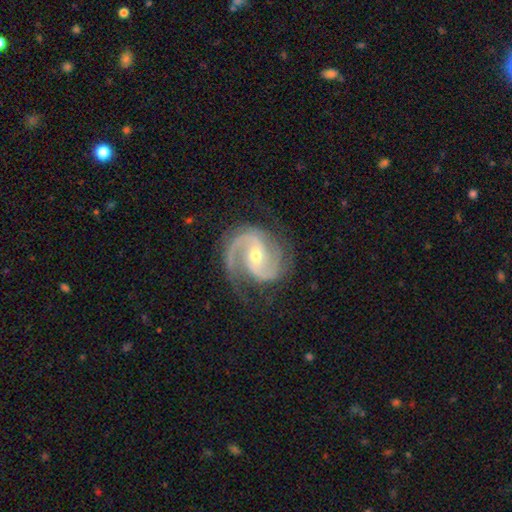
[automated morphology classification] Q: Smooth or featured?
A: featured or disk (93%); runner-up: star or artifact (4%)
Q: Edge-on disk?
A: no (98%); runner-up: yes (2%)
Q: Bar?
A: weak (41%); runner-up: no (36%)
Q: Spiral arms?
A: yes (98%); runner-up: no (2%)
Q: Spiral winding?
A: medium (56%); runner-up: tight (31%)
Q: Spiral arm count?
A: 2 (81%); runner-up: 3 (8%)
Q: Bulge size?
A: small (51%); runner-up: moderate (47%)
Q: Merging?
A: none (74%); runner-up: minor disturbance (17%)